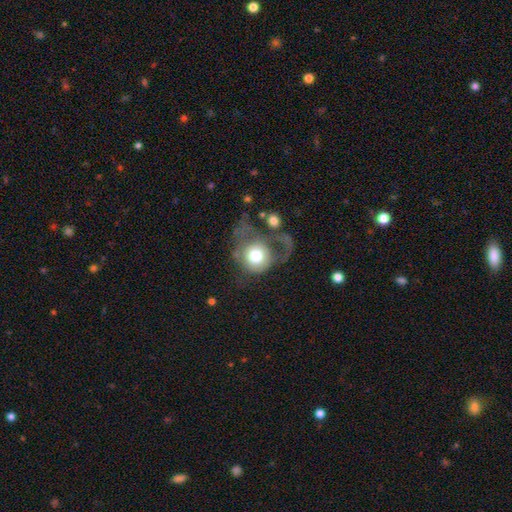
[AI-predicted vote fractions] Morphology: type=smooth (59%); roundness=round (82%); merging=major disturbance (56%).